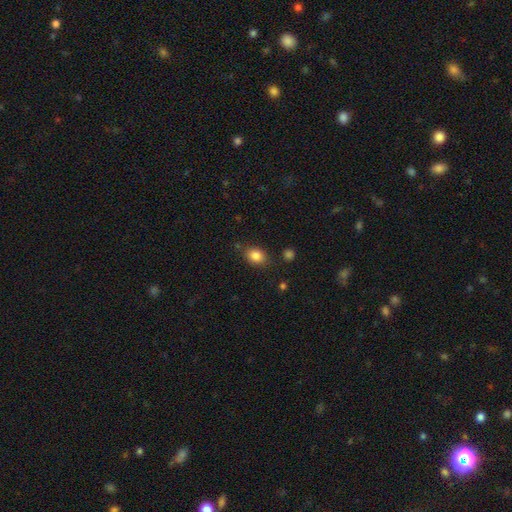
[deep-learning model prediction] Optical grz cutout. It shows a smooth galaxy with no disk features (85%) that is in between round and cigar-shaped (58%). Merging: none (77%).